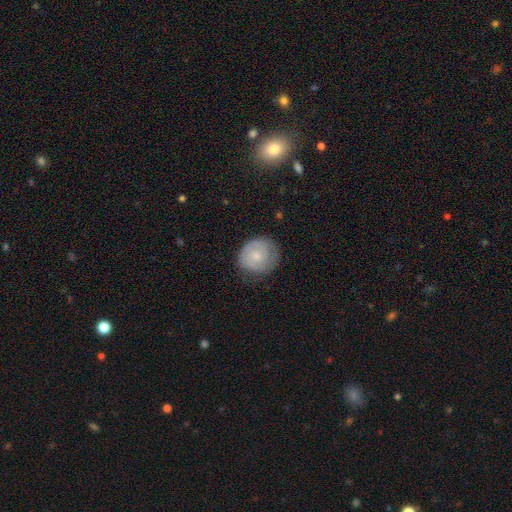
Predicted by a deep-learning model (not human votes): This appears to be a smooth galaxy with no disk features (54%) that is round (80%). Merging: none (73%).